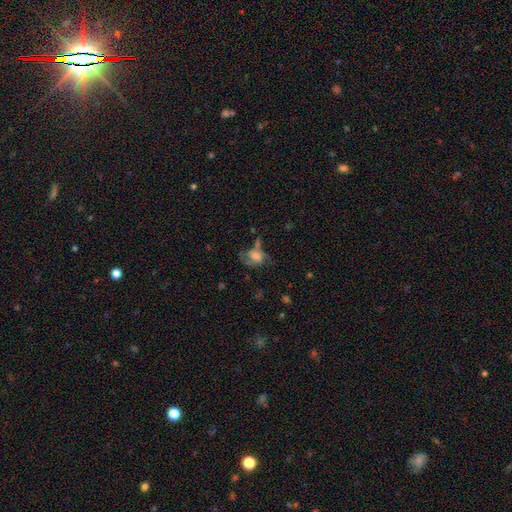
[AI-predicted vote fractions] Smooth or featured: smooth — 47% (featured or disk — 43%)
Merging: major disturbance — 31% (tied with none — 31%)